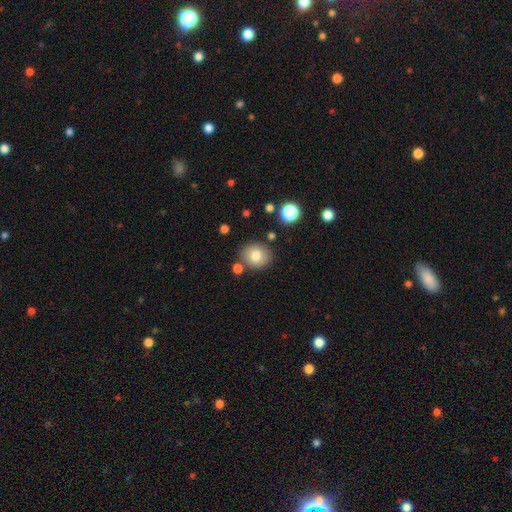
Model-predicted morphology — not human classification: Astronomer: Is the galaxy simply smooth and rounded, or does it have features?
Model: smooth — 78%.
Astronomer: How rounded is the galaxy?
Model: round — 77%.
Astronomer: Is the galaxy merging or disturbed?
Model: none — 79%.